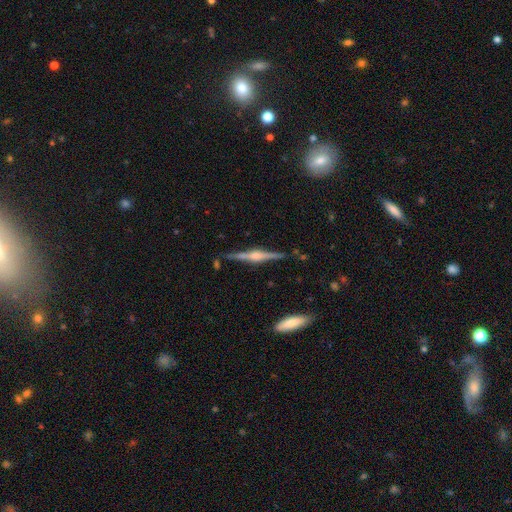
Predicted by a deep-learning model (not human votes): Smooth or featured?
  - featured or disk: 84% *
  - smooth: 10%
  - star or artifact: 6%
Edge-on disk?
  - yes: 98% *
  - no: 2%
Edge-on bulge?
  - rounded: 82% *
  - boxy: 15%
  - none: 3%
Merging?
  - none: 86% *
  - minor disturbance: 10%
  - merger: 2%
  - major disturbance: 2%